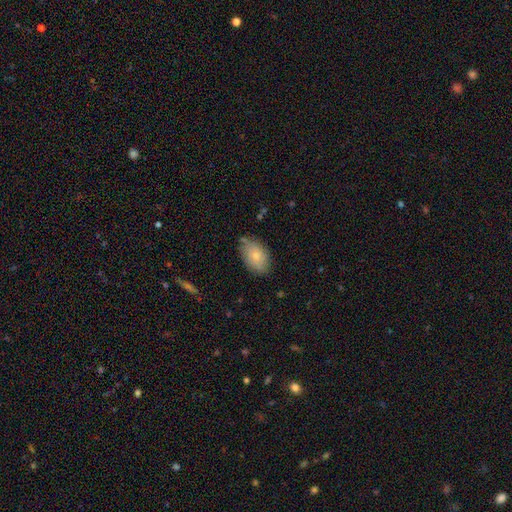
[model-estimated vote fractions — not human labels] Smooth or featured?
  - smooth: 79% *
  - featured or disk: 14%
  - star or artifact: 7%
How rounded?
  - in between: 89% *
  - round: 10%
  - cigar-shaped: 1%
Merging?
  - none: 77% *
  - minor disturbance: 17%
  - major disturbance: 4%
  - merger: 3%